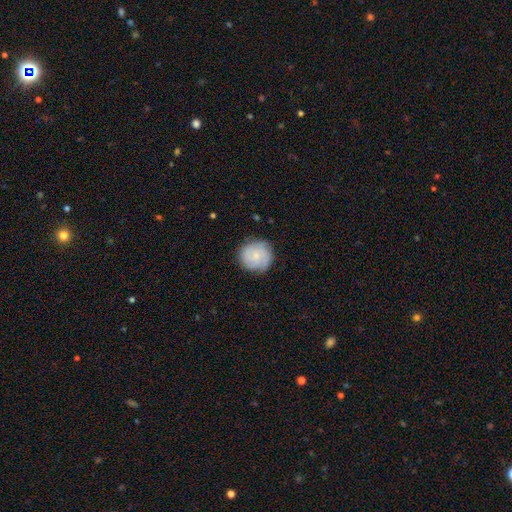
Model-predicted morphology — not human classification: This appears to be a smooth galaxy with no disk features (54%) that is round (91%). Merging: none (81%).